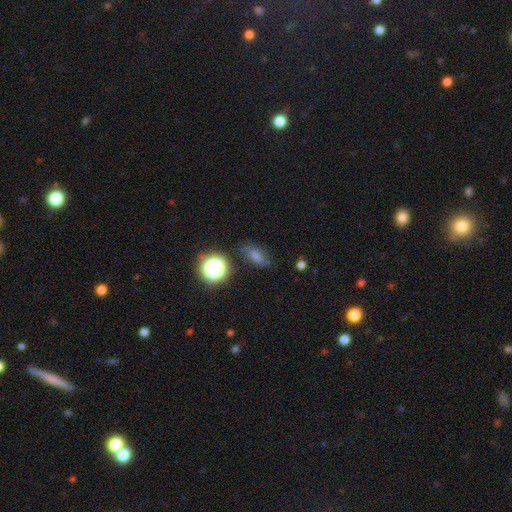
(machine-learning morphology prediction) The model was most divided on "smooth or featured": smooth: 41%, star or artifact: 32%, featured or disk: 27%. More confident: merging — none (78%).